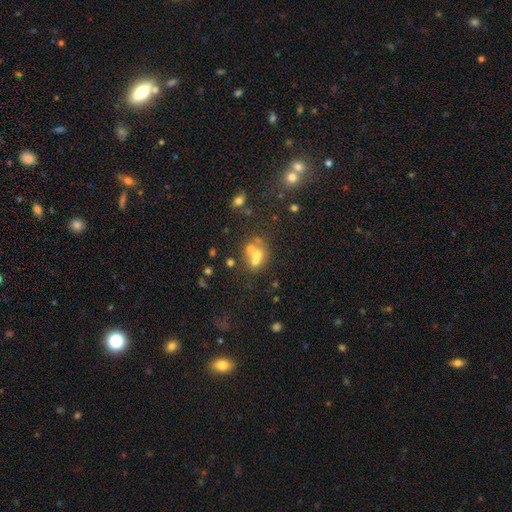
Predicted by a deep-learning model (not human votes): smooth 50%, featured or disk 32%, star or artifact 19%. Down the decision tree: merging — merger (51%).